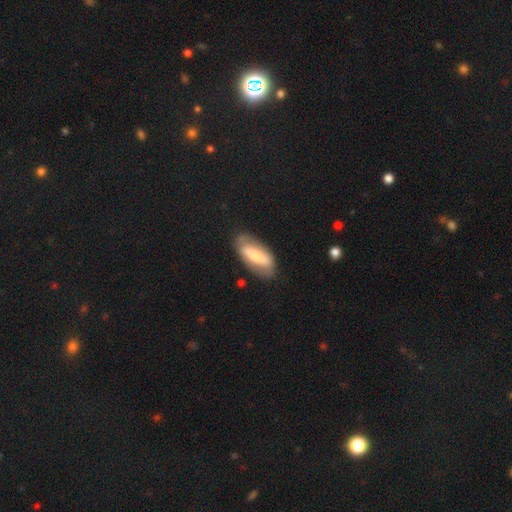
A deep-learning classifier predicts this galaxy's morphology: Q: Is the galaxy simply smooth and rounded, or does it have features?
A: smooth — 53%.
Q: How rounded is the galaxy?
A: in between — 79%.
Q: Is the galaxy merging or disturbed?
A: none — 72%.